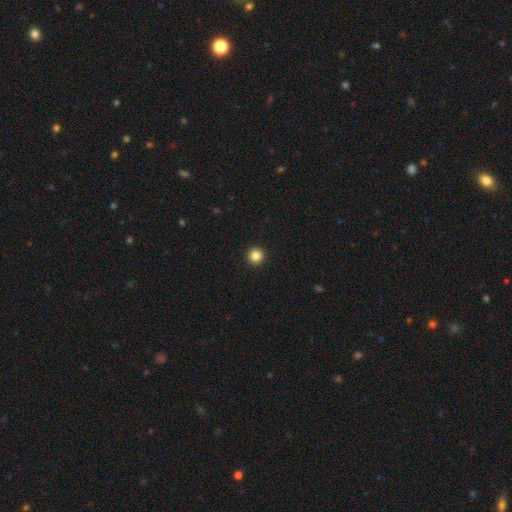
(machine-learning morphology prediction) type=smooth (84%); roundness=round (96%); merging=none (94%).